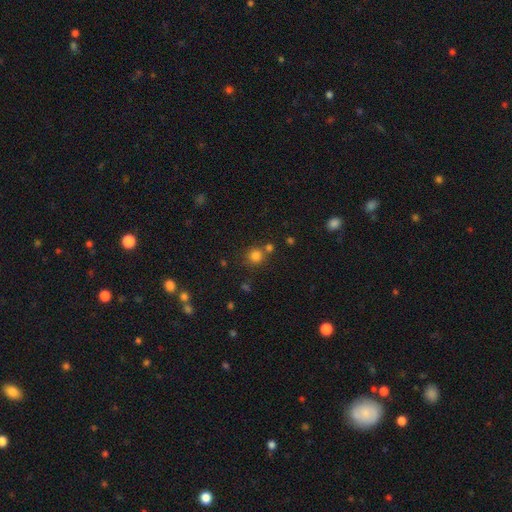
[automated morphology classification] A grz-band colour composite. It shows a smooth galaxy with no disk features (79%) that is round (91%). Merging: none (70%).